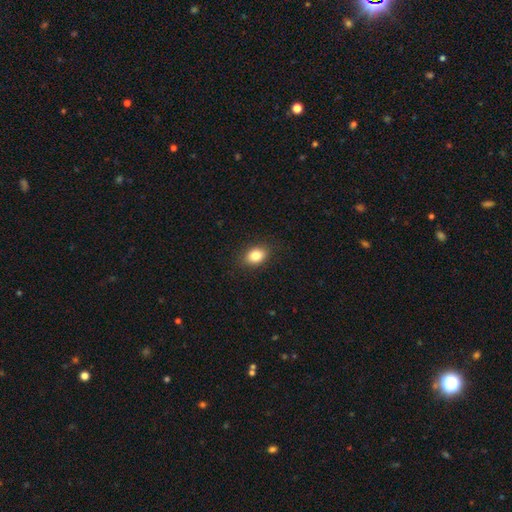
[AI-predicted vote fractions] A smooth galaxy with no disk features (83%) that is in between round and cigar-shaped (72%).

Vote fractions:
- Smooth or featured? smooth: 83% / star or artifact: 9% / featured or disk: 7%
- How rounded? in between: 72% / round: 27% / cigar-shaped: 1%
- Merging? none: 88% / minor disturbance: 9% / major disturbance: 2% / merger: 1%